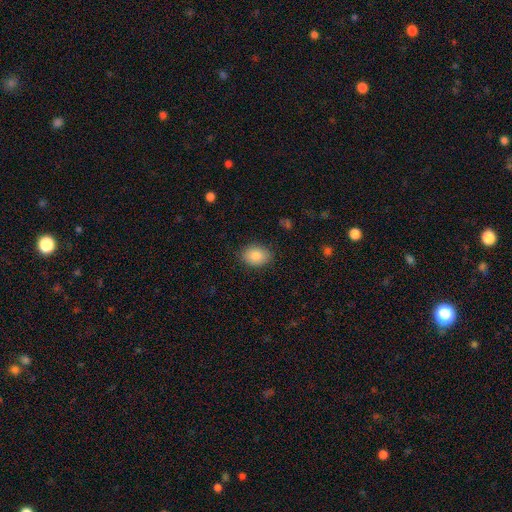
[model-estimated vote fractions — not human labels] Smooth or featured?
  - smooth: 86% *
  - star or artifact: 8%
  - featured or disk: 6%
How rounded?
  - in between: 72% *
  - round: 27%
  - cigar-shaped: 1%
Merging?
  - none: 85% *
  - minor disturbance: 11%
  - major disturbance: 3%
  - merger: 1%